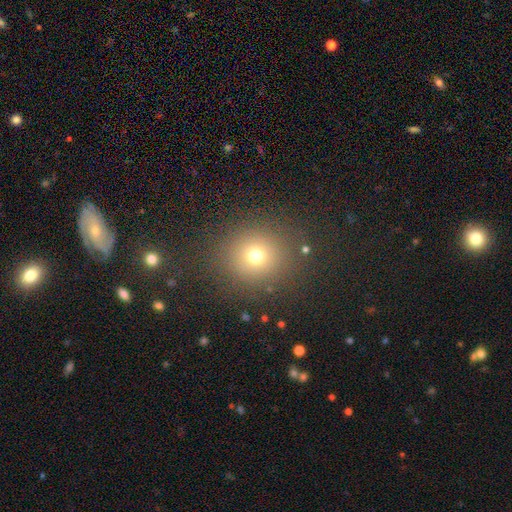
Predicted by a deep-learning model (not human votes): The model was most divided on "smooth or featured": smooth: 71%, star or artifact: 20%, featured or disk: 9%. More confident: how rounded — round (87%); merging — none (86%).